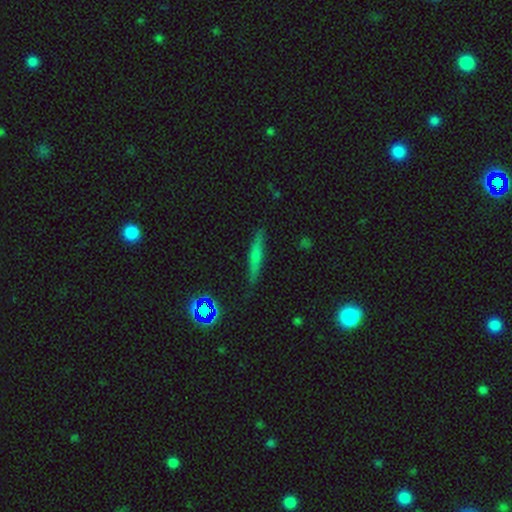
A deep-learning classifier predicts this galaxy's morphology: Smooth or featured? Predicted: smooth (p=0.52). How rounded? Predicted: cigar-shaped (p=0.88). Merging? Predicted: none (p=0.85).